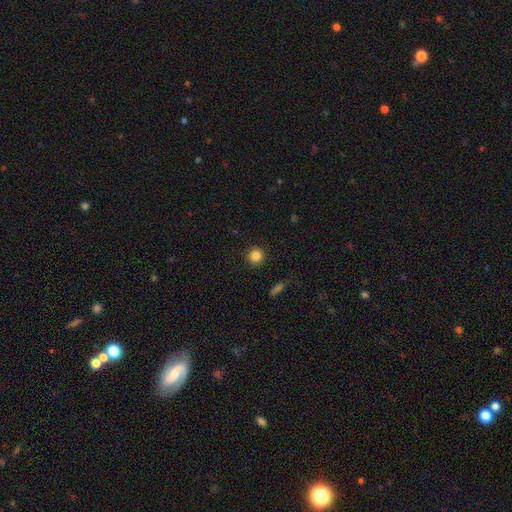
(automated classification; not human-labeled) A smooth galaxy with no disk features (84%) that is round (94%).

Vote fractions:
- Smooth or featured? smooth: 84% / star or artifact: 11% / featured or disk: 5%
- How rounded? round: 94% / in between: 5% / cigar-shaped: 1%
- Merging? none: 91% / minor disturbance: 6% / major disturbance: 2% / merger: 1%